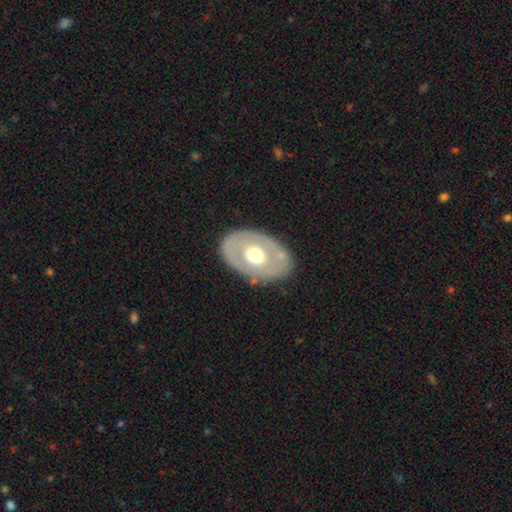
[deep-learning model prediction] A featured or disk galaxy (56%). Merging: none (82%).